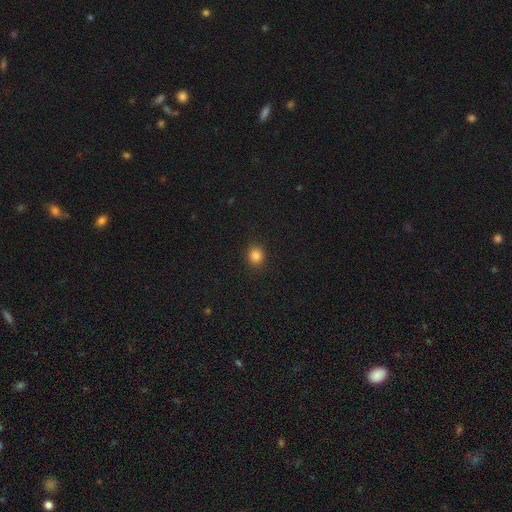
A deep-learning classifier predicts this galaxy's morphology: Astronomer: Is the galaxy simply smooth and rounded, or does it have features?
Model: smooth — 84%.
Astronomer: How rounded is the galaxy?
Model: round — 81%.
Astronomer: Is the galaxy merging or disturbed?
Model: none — 90%.